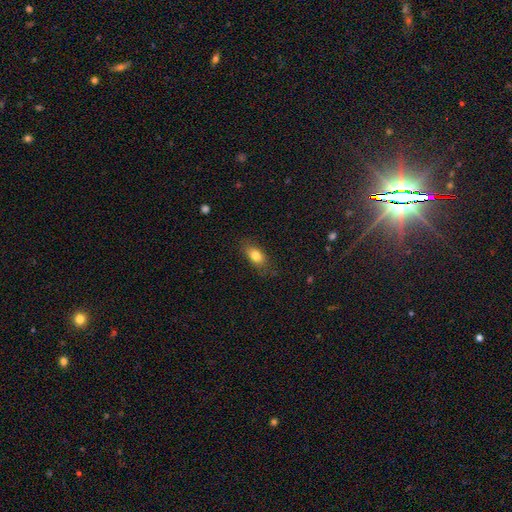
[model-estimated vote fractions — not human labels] Morphology: type=smooth (80%); roundness=in between (83%); merging=none (79%).